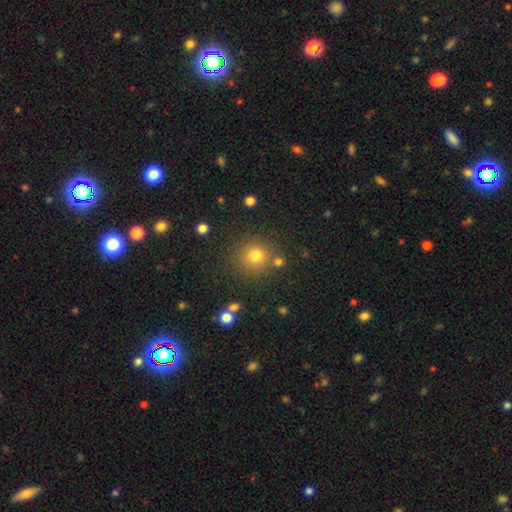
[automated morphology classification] A smooth galaxy with no disk features (77%) that is round (92%). Merging: none (81%).